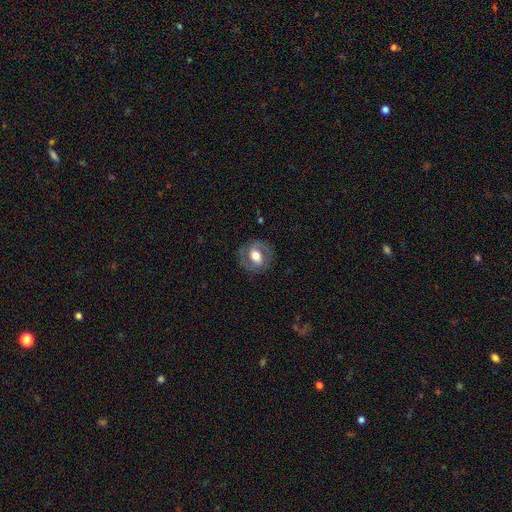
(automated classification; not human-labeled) Q: Smooth or featured?
A: featured or disk (52%); runner-up: smooth (41%)
Q: Edge-on disk?
A: no (94%); runner-up: yes (6%)
Q: Merging?
A: none (79%); runner-up: minor disturbance (13%)